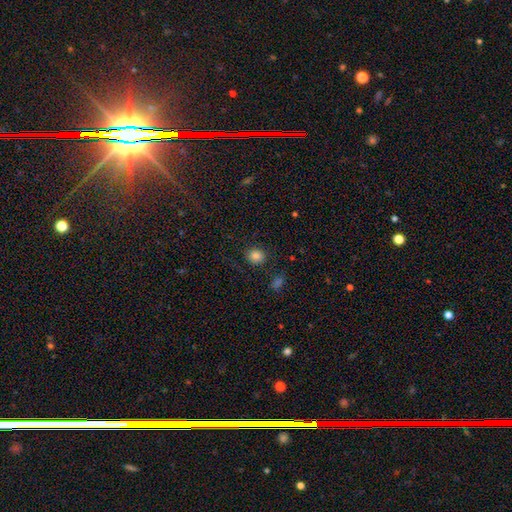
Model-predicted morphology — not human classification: Smooth or featured? smooth (84%)
How rounded? round (81%)
Merging? none (87%)